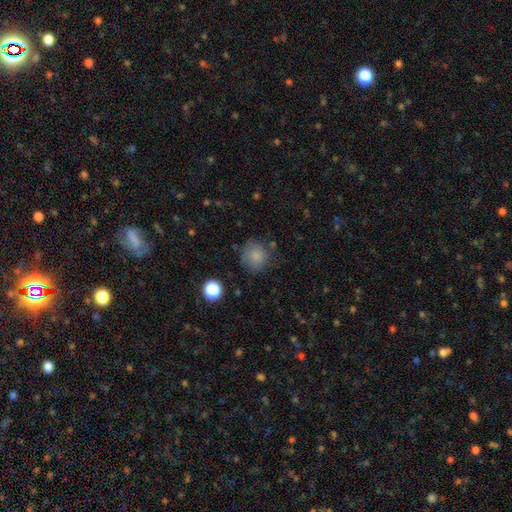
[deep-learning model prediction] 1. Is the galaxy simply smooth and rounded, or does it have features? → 82% smooth, 11% star or artifact, 7% featured or disk.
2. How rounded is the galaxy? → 88% round, 11% in between, 1% cigar-shaped.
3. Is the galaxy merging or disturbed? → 72% none, 18% minor disturbance, 6% major disturbance, 3% merger.